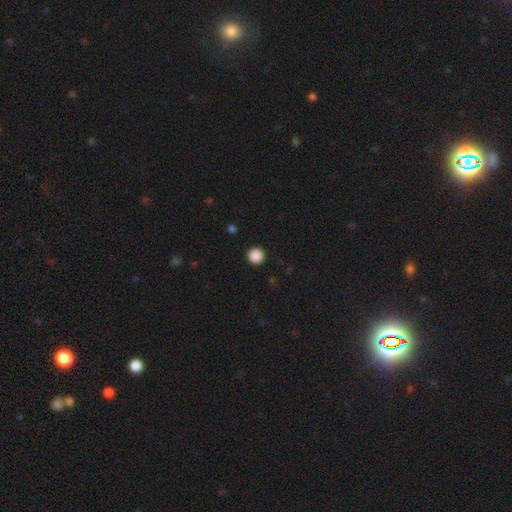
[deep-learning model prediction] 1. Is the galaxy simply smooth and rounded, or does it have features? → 88% smooth, 10% star or artifact, 2% featured or disk.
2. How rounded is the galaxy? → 96% round, 3% in between, 1% cigar-shaped.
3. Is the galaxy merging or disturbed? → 93% none, 4% minor disturbance, 2% major disturbance, 1% merger.